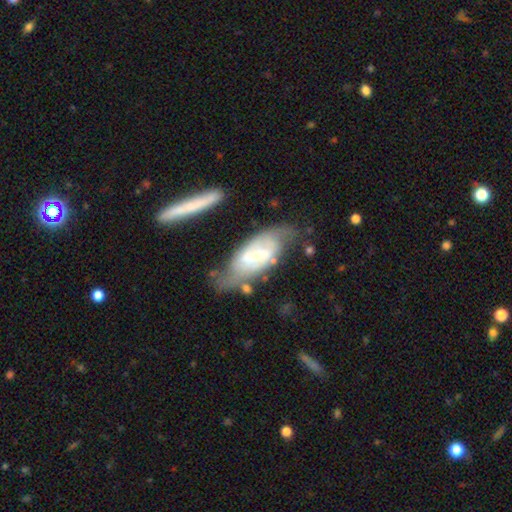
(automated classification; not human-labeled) smooth-or-featured: featured or disk: 78% | smooth: 17% | star or artifact: 5%
  disk-edge-on: no: 91% | yes: 9%
    bar: weak: 46% | strong: 36% | no: 17%
    has-spiral-arms: yes: 91% | no: 9%
      spiral-winding: medium: 47% | tight: 33% | loose: 20%
      spiral-arm-count: 2: 80% | can't tell: 13% | 1: 2% | 3: 2% | 4: 1% | more than 4: 1%
    bulge-size: small: 60% | moderate: 31% | none: 5% | large: 3% | dominant: 1%
  merging: none: 61% | minor disturbance: 22% | major disturbance: 10% | merger: 7%